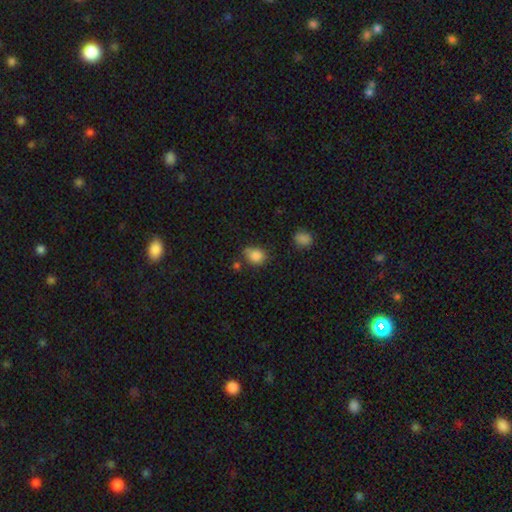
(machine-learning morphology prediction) This is clearly a smooth galaxy (84%). How rounded: possibly round (53%). Merging: possibly none (58%).